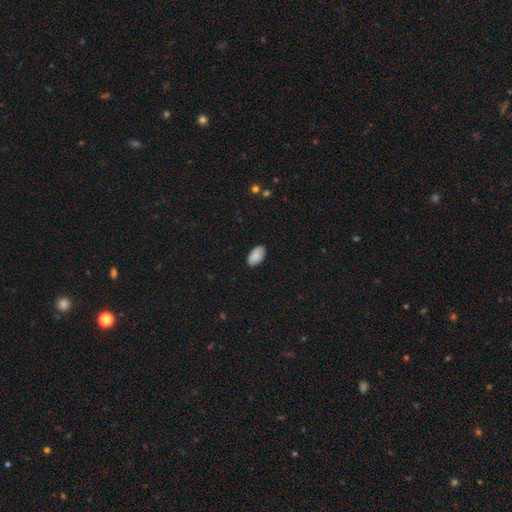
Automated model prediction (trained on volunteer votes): Q: Smooth or featured?
A: smooth (87%); runner-up: star or artifact (7%)
Q: How rounded?
A: in between (95%); runner-up: round (4%)
Q: Merging?
A: none (85%); runner-up: minor disturbance (12%)